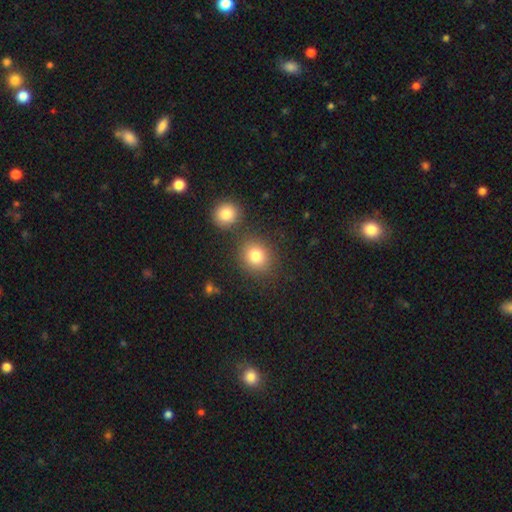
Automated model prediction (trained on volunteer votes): smooth-or-featured: smooth: 81% | star or artifact: 12% | featured or disk: 7%
  how-rounded: round: 76% | in between: 23% | cigar-shaped: 1%
  merging: none: 77% | merger: 11% | minor disturbance: 9% | major disturbance: 3%